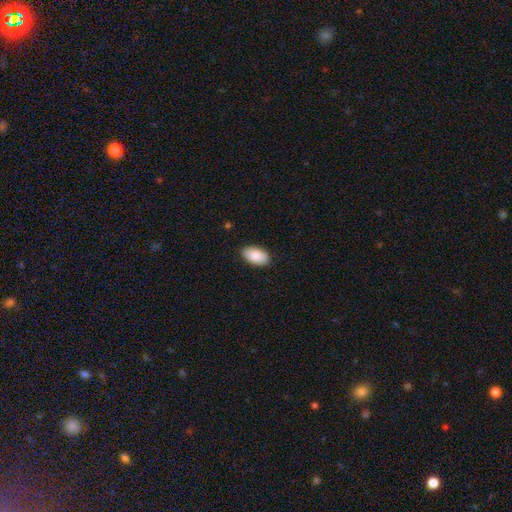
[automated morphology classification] smooth 88%, star or artifact 6%, featured or disk 5%. Down the decision tree: how rounded — in between (95%); merging — none (87%).